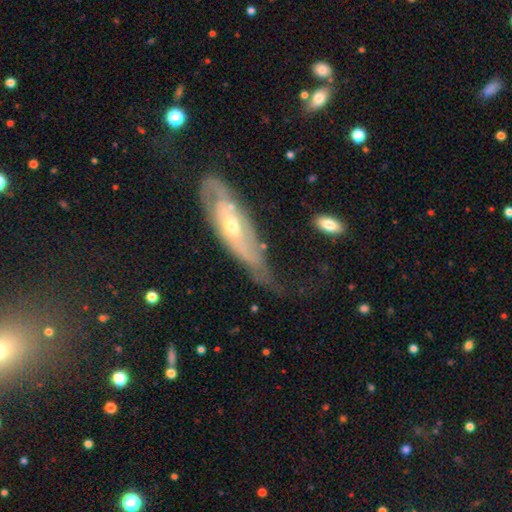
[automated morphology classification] A featured or disk galaxy (73%) with no bar (72%), spiral arms (71%) and a moderate central bulge (60%). Merging: none (41%).